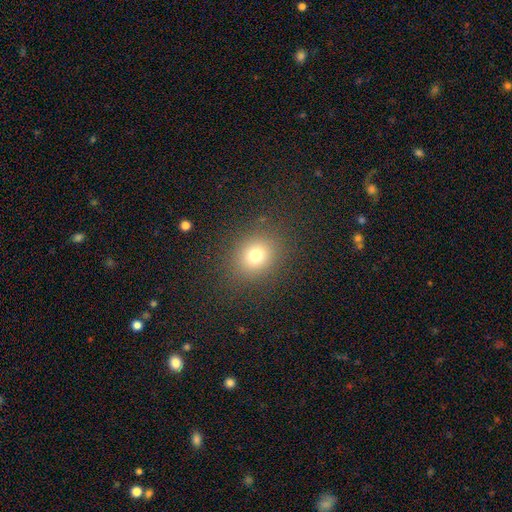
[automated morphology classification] Smooth or featured? Predicted: smooth (p=0.74). How rounded? Predicted: round (p=0.76). Merging? Predicted: none (p=0.86).